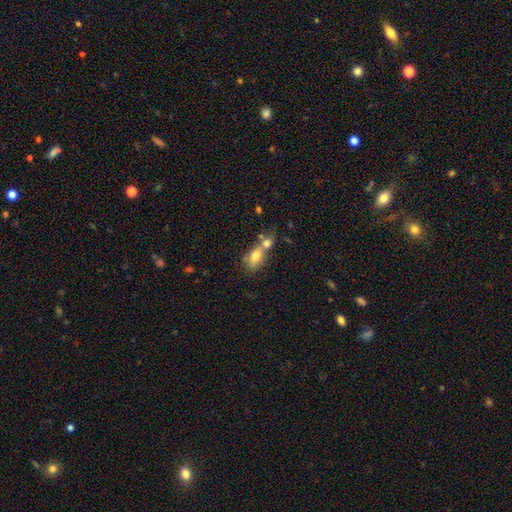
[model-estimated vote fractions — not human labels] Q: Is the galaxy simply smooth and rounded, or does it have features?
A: smooth — 73%.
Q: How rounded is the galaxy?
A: in between — 78%.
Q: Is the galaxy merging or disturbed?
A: merger — 61%.